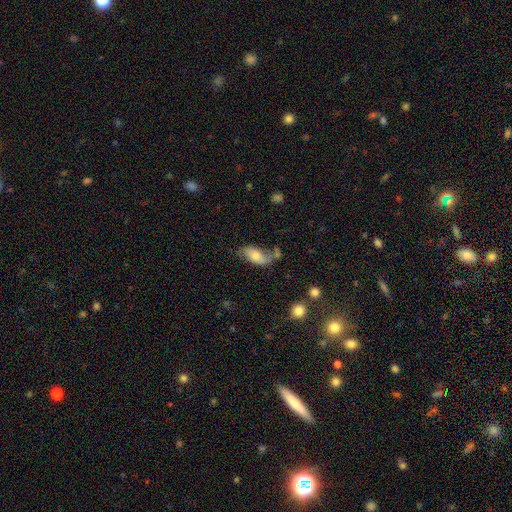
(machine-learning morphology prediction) A smooth galaxy with no disk features (59%) that is in between round and cigar-shaped (90%). Merging: none (41%).